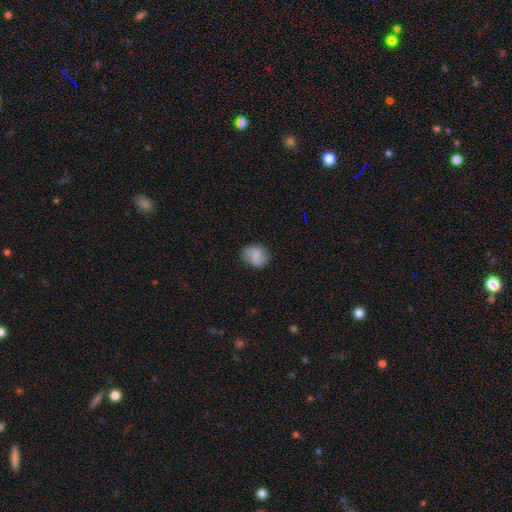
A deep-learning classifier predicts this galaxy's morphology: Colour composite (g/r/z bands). It shows a smooth galaxy with no disk features (60%) that is round (58%). Merging: none (79%).